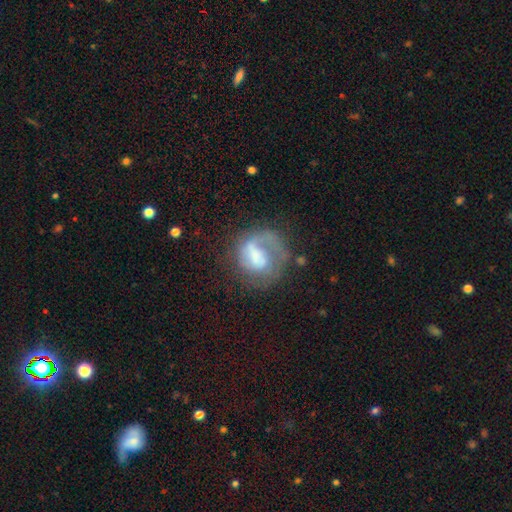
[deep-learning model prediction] smooth_or_featured: featured or disk (p=0.59) [alt: smooth p=0.33]
disk_edge_on: no (p=0.98) [alt: yes p=0.02]
bar: no (p=0.41) [alt: weak p=0.39]
has_spiral_arms: yes (p=0.71) [alt: no p=0.29]
bulge_size: moderate (p=0.28) [alt: none p=0.26]
merging: none (p=0.44) [alt: major disturbance p=0.34]